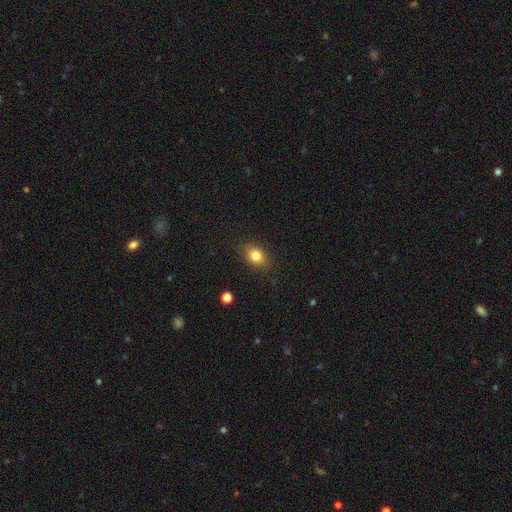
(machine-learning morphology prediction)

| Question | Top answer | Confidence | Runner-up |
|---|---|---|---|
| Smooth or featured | smooth | 82% | star or artifact (10%) |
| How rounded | in between | 64% | round (35%) |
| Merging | none | 84% | minor disturbance (12%) |